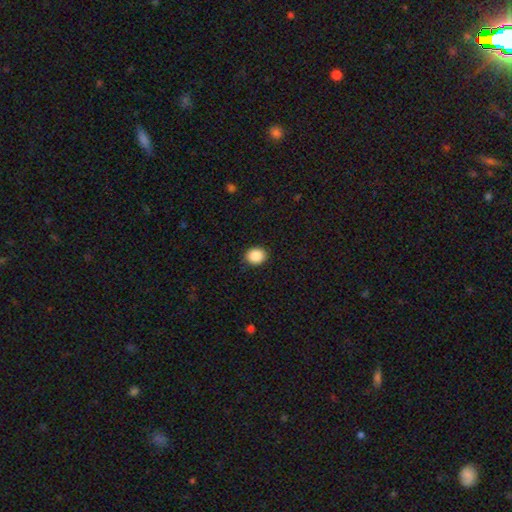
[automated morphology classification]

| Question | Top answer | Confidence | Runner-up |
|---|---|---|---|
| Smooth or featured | smooth | 88% | star or artifact (8%) |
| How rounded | round | 66% | in between (33%) |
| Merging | none | 88% | minor disturbance (9%) |